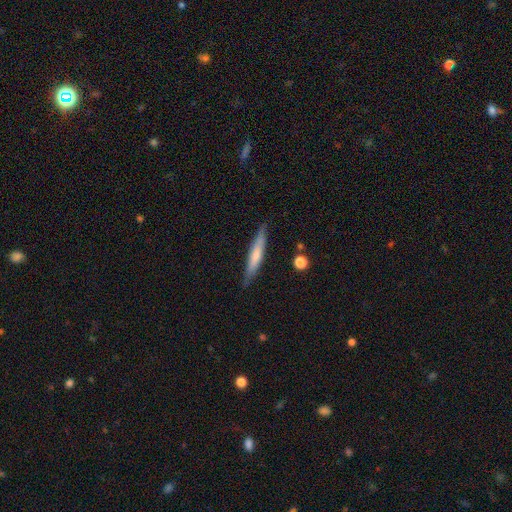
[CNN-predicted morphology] Overall: smooth (59%; featured or disk 35%). How rounded: cigar-shaped (90%). Merging: none (83%).